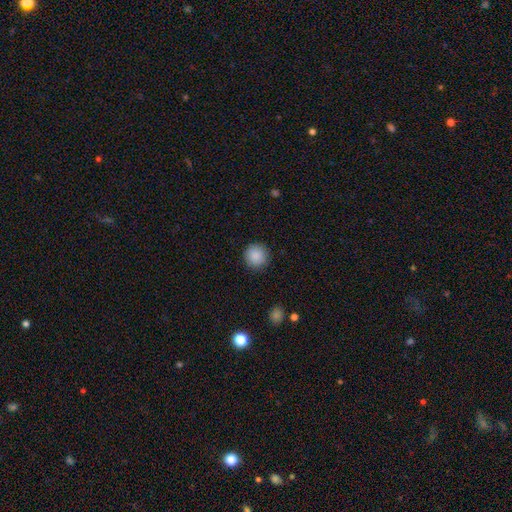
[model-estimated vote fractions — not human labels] The model was most divided on "smooth or featured": smooth: 88%, star or artifact: 9%, featured or disk: 4%. More confident: how rounded — round (95%); merging — none (90%).